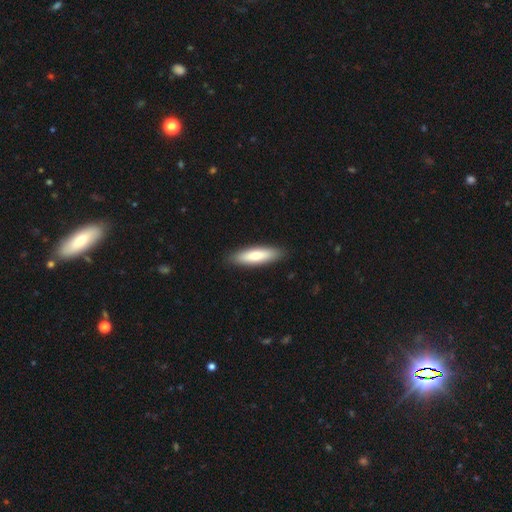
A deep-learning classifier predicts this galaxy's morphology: Smooth or featured? smooth (72%)
How rounded? cigar-shaped (61%)
Merging? none (90%)